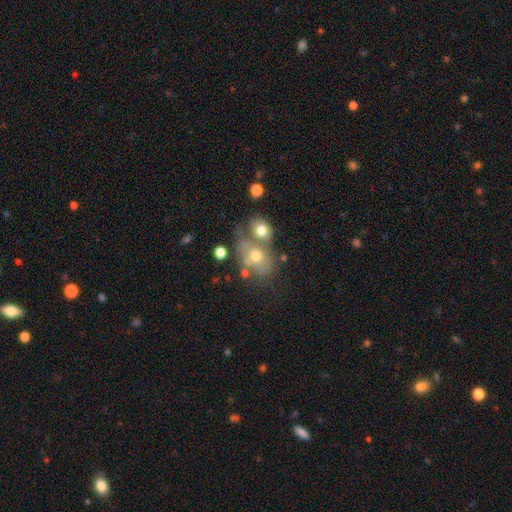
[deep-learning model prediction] smooth_or_featured: smooth (p=0.43) [alt: featured or disk p=0.39]
merging: merger (p=0.44) [alt: none p=0.35]